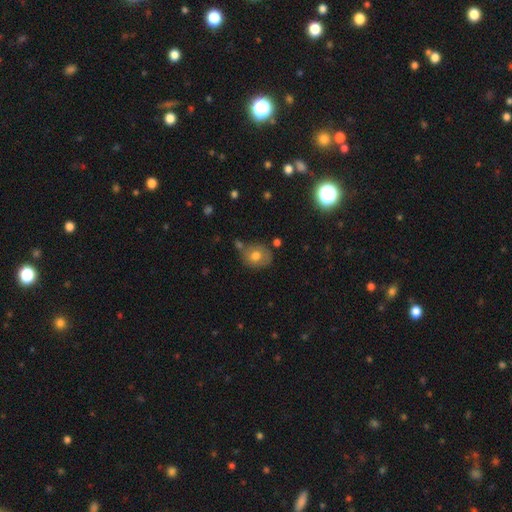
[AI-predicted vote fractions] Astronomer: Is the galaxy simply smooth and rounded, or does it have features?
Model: smooth — 71%.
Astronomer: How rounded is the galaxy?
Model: round — 67%.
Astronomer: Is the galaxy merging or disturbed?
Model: none — 62%.